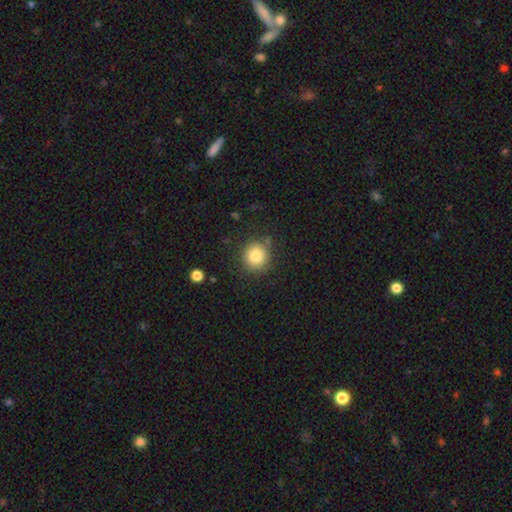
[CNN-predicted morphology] Smooth or featured? Predicted: smooth (p=0.83). How rounded? Predicted: round (p=0.92). Merging? Predicted: none (p=0.85).